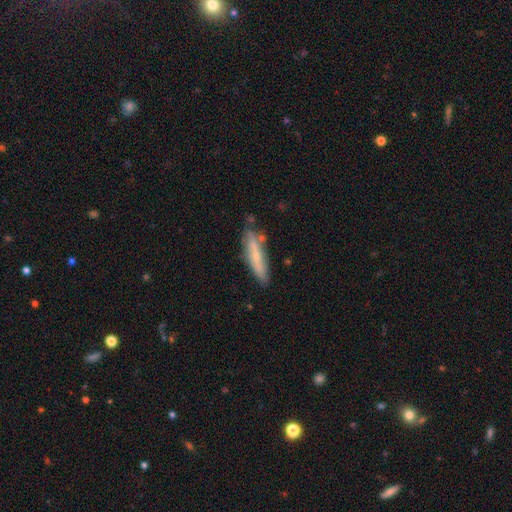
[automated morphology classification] Smooth or featured? Predicted: smooth (p=0.51). How rounded? Predicted: cigar-shaped (p=0.83). Merging? Predicted: none (p=0.71).